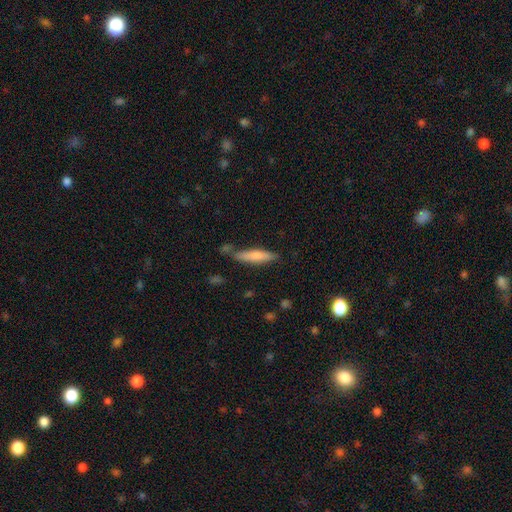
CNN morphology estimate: The model was most divided on "merging": none: 66%, minor disturbance: 19%, merger: 9%, major disturbance: 5%. More confident: how rounded — cigar-shaped (80%); smooth or featured — smooth (71%).